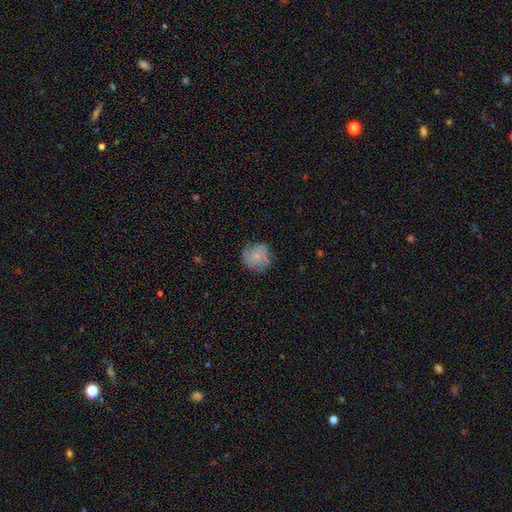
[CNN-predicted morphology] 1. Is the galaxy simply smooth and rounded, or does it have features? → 68% smooth, 22% featured or disk, 10% star or artifact.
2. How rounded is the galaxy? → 89% round, 10% in between, 1% cigar-shaped.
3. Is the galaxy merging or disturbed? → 72% none, 19% minor disturbance, 5% major disturbance, 4% merger.